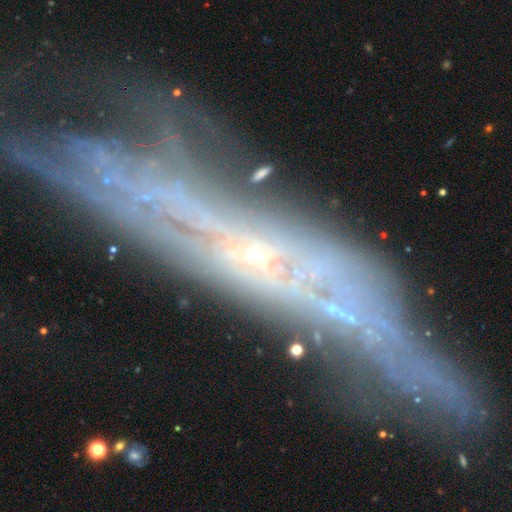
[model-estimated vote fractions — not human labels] smooth_or_featured: featured or disk (p=0.73) [alt: star or artifact p=0.13]
disk_edge_on: yes (p=0.59) [alt: no p=0.41]
merging: none (p=0.53) [alt: minor disturbance p=0.21]